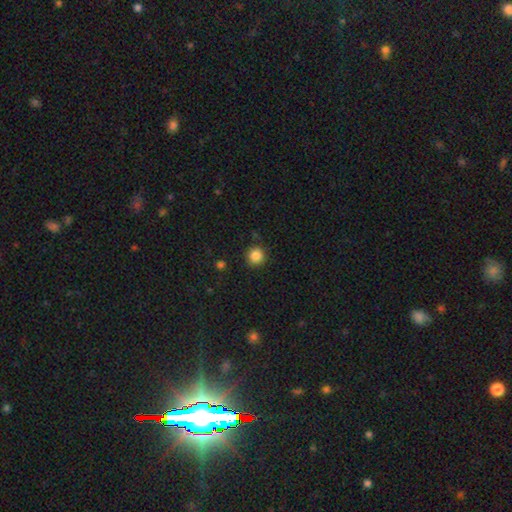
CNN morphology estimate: smooth-or-featured: smooth: 86% | star or artifact: 11% | featured or disk: 3%
  how-rounded: round: 94% | in between: 5% | cigar-shaped: 1%
  merging: none: 88% | minor disturbance: 8% | major disturbance: 2% | merger: 2%